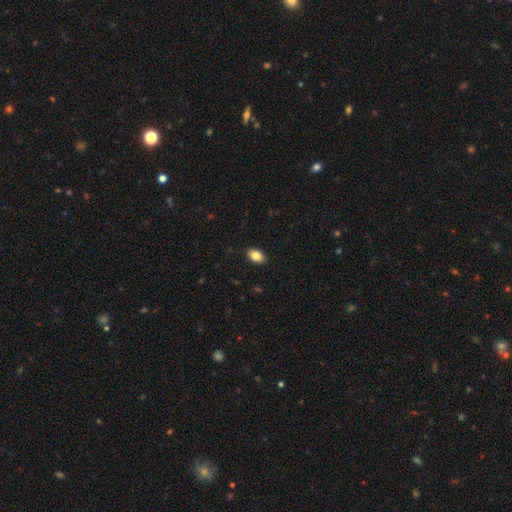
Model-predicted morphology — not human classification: smooth-or-featured: smooth: 84% | featured or disk: 8% | star or artifact: 8%
  how-rounded: in between: 88% | round: 10% | cigar-shaped: 1%
  merging: none: 90% | minor disturbance: 8% | major disturbance: 2% | merger: 1%